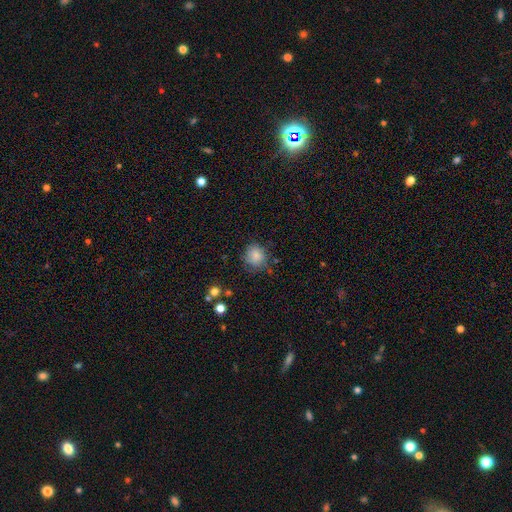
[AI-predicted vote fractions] A smooth galaxy with no disk features (83%) that is round (78%). Merging: none (69%).